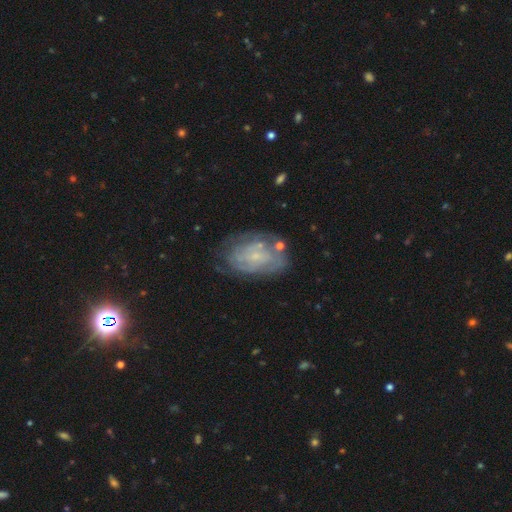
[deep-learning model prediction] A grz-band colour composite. It shows a featured or disk galaxy (70%) with no bar (66%), spiral arms (72%) and a small central bulge (73%). Merging: none (61%).